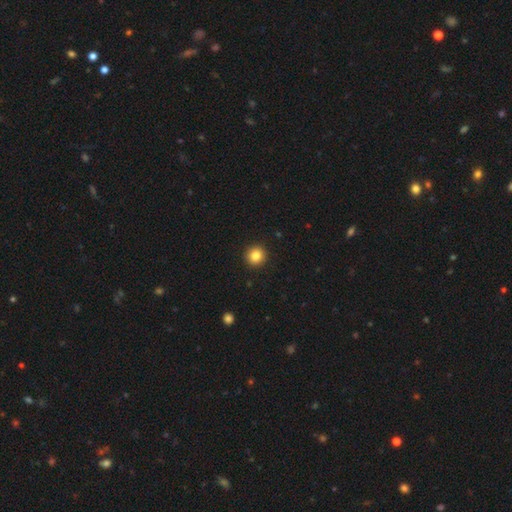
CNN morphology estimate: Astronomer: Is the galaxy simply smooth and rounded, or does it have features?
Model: smooth — 84%.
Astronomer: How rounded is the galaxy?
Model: round — 93%.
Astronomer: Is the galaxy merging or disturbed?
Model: none — 93%.